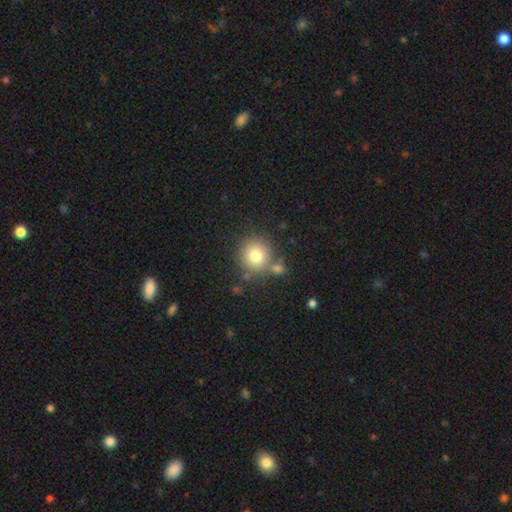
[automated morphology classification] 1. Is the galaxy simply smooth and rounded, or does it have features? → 78% smooth, 12% star or artifact, 11% featured or disk.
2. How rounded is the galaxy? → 92% round, 7% in between, 1% cigar-shaped.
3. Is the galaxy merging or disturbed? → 71% none, 14% merger, 11% minor disturbance, 4% major disturbance.